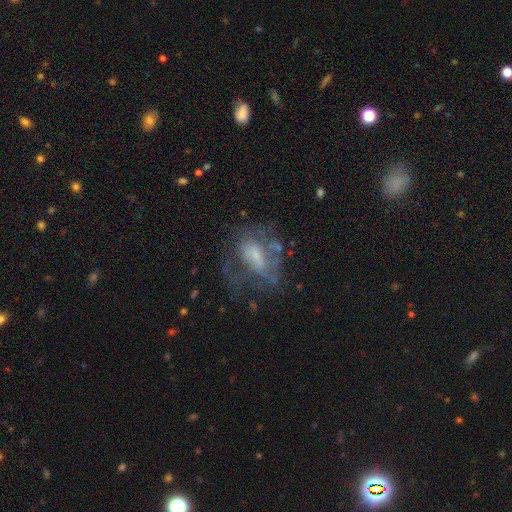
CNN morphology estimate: smooth_or_featured: featured or disk (p=0.58) [alt: smooth p=0.30]
disk_edge_on: no (p=0.95) [alt: yes p=0.05]
bar: no (p=0.49) [alt: weak p=0.38]
has_spiral_arms: no (p=0.56) [alt: yes p=0.44]
bulge_size: small (p=0.42) [alt: moderate p=0.29]
merging: none (p=0.42) [alt: major disturbance p=0.32]